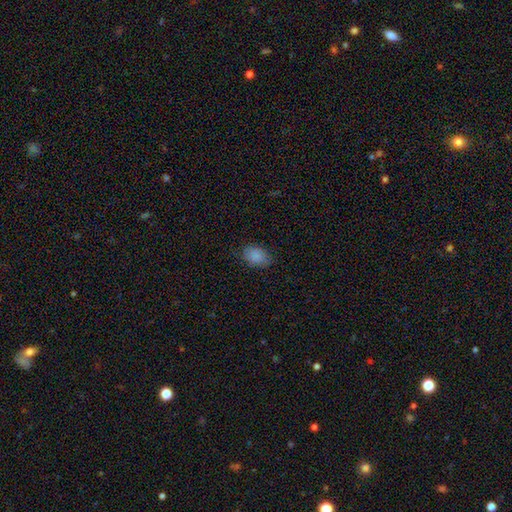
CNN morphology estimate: smooth_or_featured: smooth (p=0.87) [alt: star or artifact p=0.08]
how_rounded: in between (p=0.80) [alt: round p=0.19]
merging: none (p=0.81) [alt: minor disturbance p=0.15]